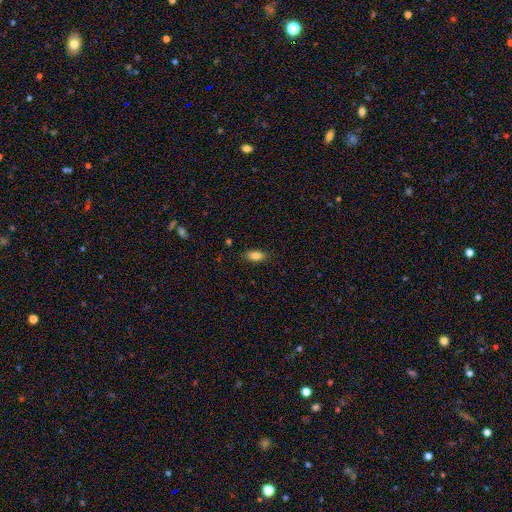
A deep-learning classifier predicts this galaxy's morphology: A smooth galaxy with no disk features (84%) that is in between round and cigar-shaped (88%). Merging: none (85%).